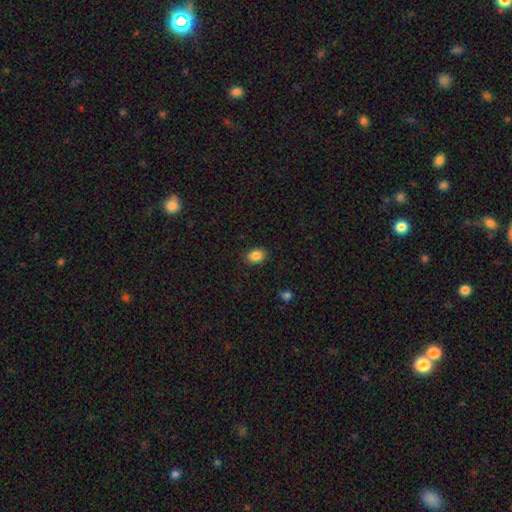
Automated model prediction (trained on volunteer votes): smooth_or_featured: smooth (p=0.86) [alt: star or artifact p=0.09]
how_rounded: in between (p=0.68) [alt: round p=0.31]
merging: none (p=0.87) [alt: minor disturbance p=0.09]